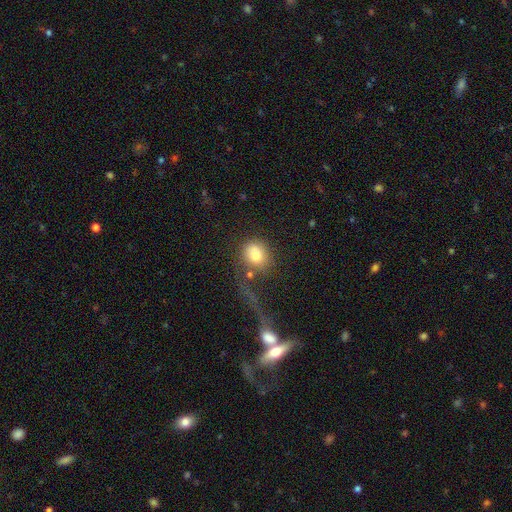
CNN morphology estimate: smooth-or-featured: smooth: 77% | featured or disk: 13% | star or artifact: 10%
  how-rounded: round: 72% | in between: 26% | cigar-shaped: 1%
  merging: none: 46% | major disturbance: 22% | merger: 18% | minor disturbance: 15%